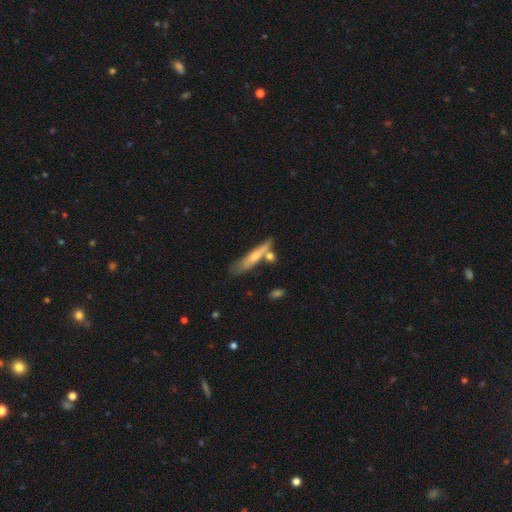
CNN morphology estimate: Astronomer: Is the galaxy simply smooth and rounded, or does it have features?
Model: smooth — 56% (runner-up: featured or disk, 38%).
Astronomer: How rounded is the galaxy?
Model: cigar-shaped — 86%.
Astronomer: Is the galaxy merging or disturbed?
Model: none — 60%.